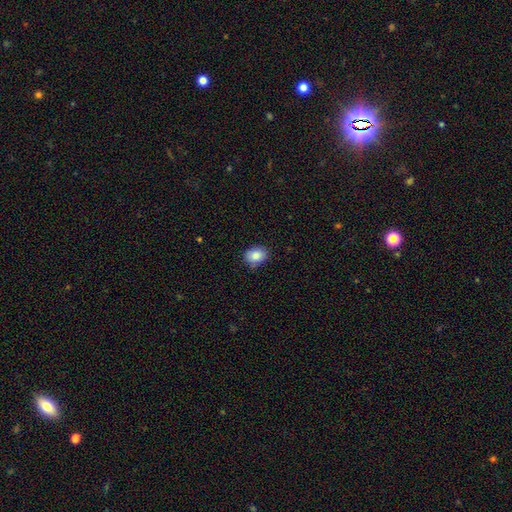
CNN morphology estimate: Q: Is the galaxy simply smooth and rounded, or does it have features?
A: smooth — 86%.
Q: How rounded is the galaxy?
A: in between — 65%.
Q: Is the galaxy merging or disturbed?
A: none — 81%.